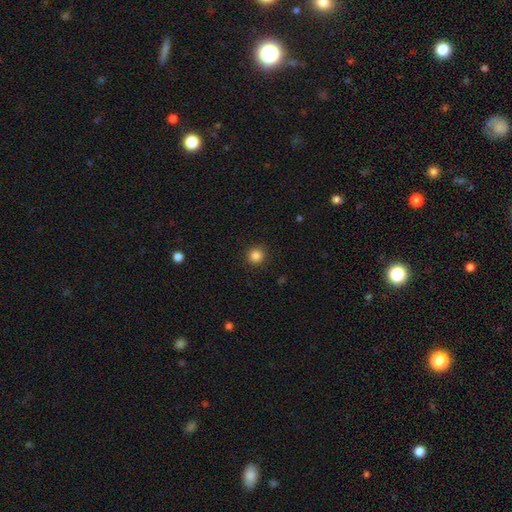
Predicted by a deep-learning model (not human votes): The model was most divided on "smooth or featured": smooth: 86%, star or artifact: 11%, featured or disk: 3%. More confident: how rounded — round (92%); merging — none (91%).